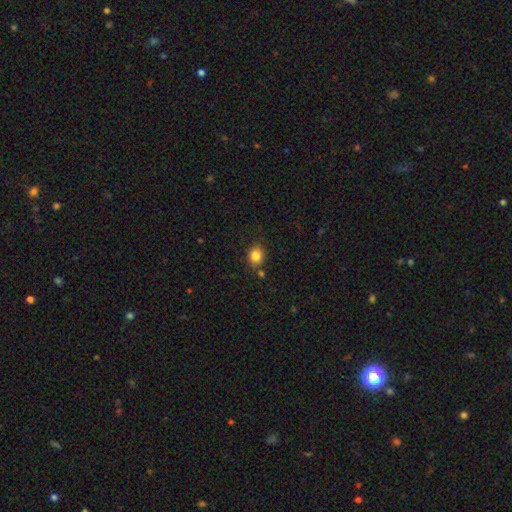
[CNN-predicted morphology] Q: Smooth or featured?
A: smooth (84%); runner-up: star or artifact (11%)
Q: How rounded?
A: round (66%); runner-up: in between (33%)
Q: Merging?
A: none (80%); runner-up: minor disturbance (11%)